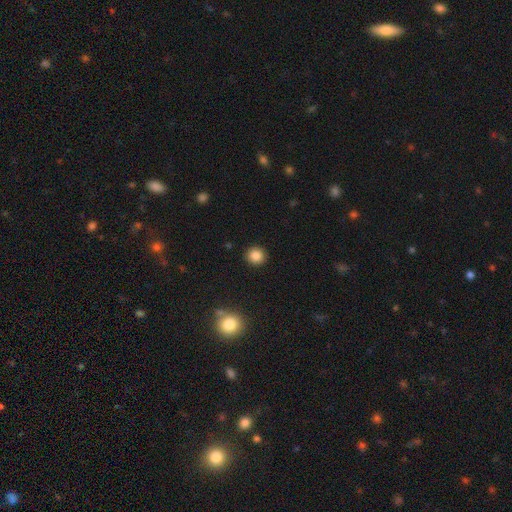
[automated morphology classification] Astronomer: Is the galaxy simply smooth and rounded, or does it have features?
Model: smooth — 85%.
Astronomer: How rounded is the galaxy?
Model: round — 91%.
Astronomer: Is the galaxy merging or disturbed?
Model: none — 92%.